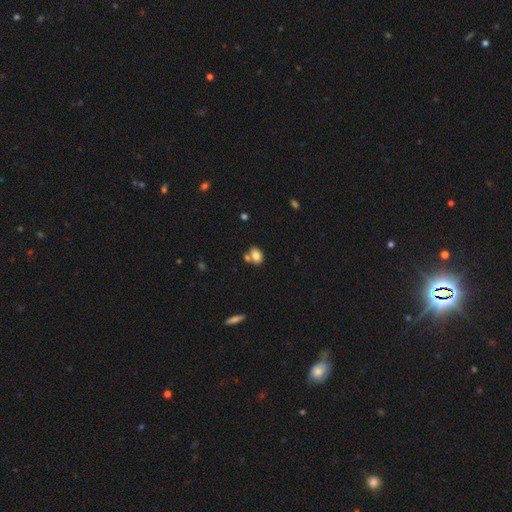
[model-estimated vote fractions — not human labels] This is likely a smooth galaxy (79%). How rounded: likely in between (74%). Merging: possibly none (53%).